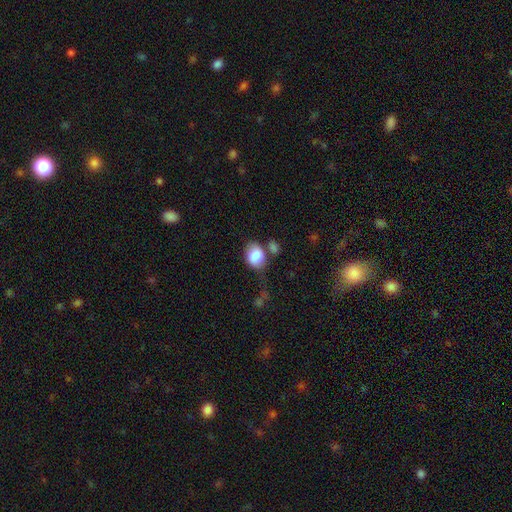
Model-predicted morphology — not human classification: smooth-or-featured: smooth: 84% | featured or disk: 8% | star or artifact: 8%
  how-rounded: in between: 51% | round: 48% | cigar-shaped: 1%
  merging: none: 41% | minor disturbance: 23% | merger: 22% | major disturbance: 14%